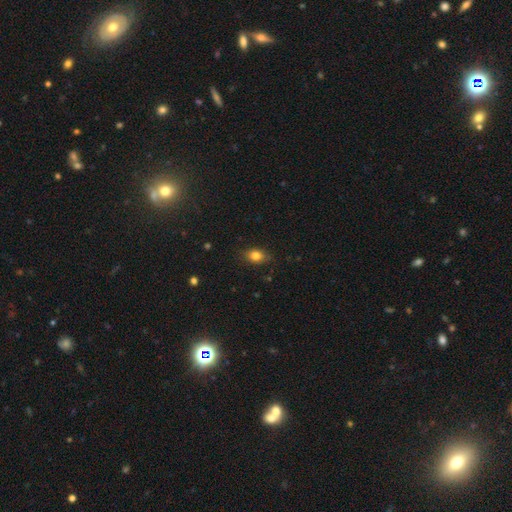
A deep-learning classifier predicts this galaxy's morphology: type=smooth (81%); roundness=in between (72%); merging=none (82%).